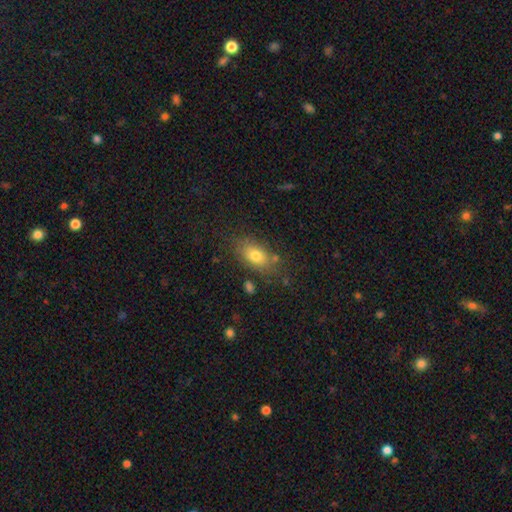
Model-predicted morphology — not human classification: smooth_or_featured: smooth (p=0.77) [alt: featured or disk p=0.13]
how_rounded: in between (p=0.84) [alt: round p=0.11]
merging: none (p=0.76) [alt: minor disturbance p=0.15]